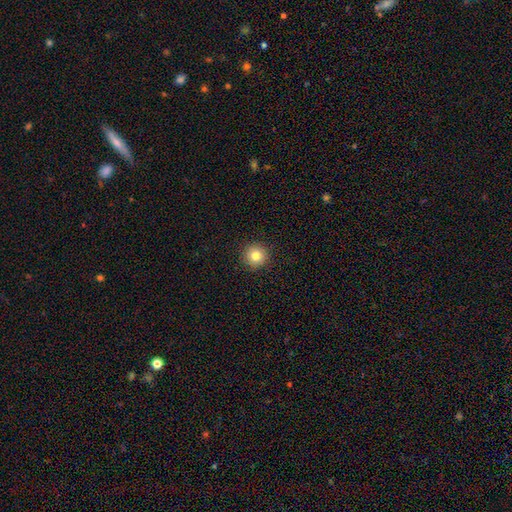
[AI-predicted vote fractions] This appears to be a smooth galaxy with no disk features (82%) that is round (95%). Merging: none (92%).